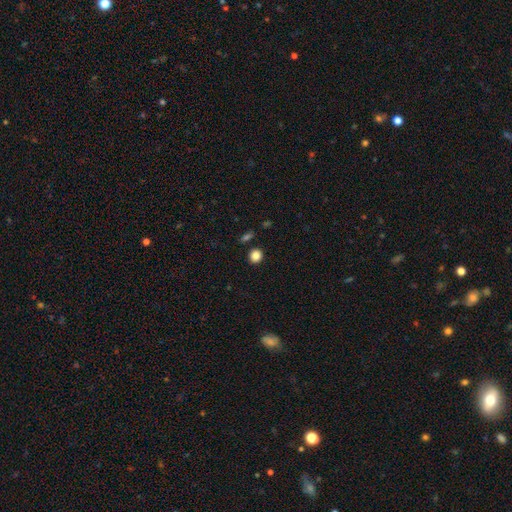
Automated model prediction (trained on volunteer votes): This appears to be a smooth galaxy with no disk features (85%) that is round (84%). Merging: none (87%).